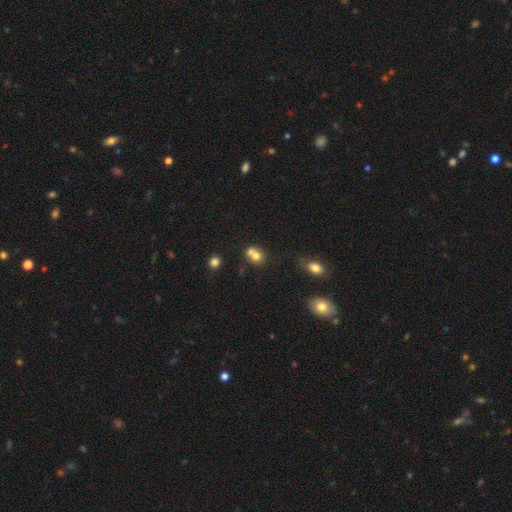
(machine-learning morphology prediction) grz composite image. It shows a smooth galaxy with no disk features (73%) that is round (70%). Merging: merger (55%).